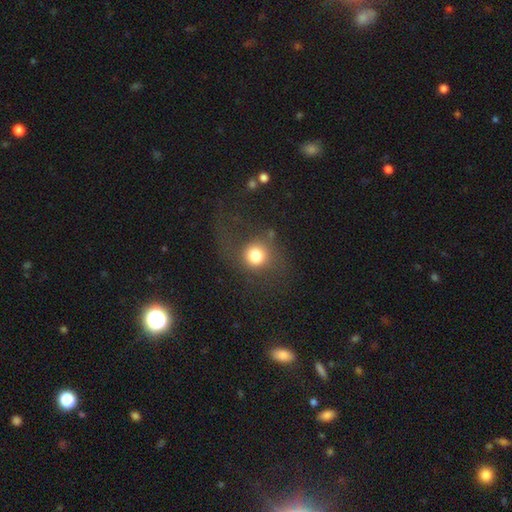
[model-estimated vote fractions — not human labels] Smooth or featured: smooth — 75% (star or artifact — 13%)
How rounded: round — 84% (in between — 15%)
Merging: none — 54% (major disturbance — 25%)